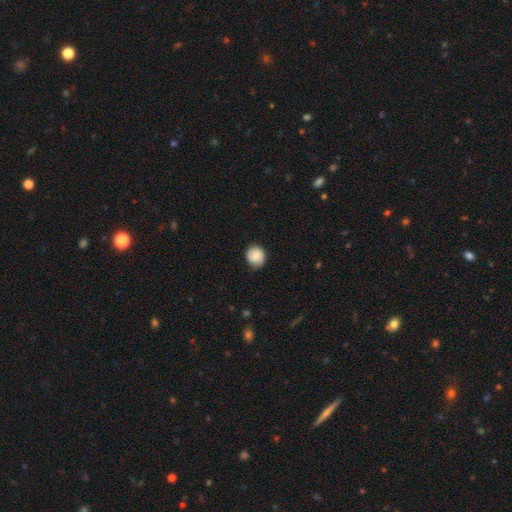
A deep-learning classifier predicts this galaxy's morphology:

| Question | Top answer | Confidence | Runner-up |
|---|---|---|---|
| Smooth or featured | smooth | 79% | featured or disk (13%) |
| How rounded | round | 87% | in between (12%) |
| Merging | none | 81% | minor disturbance (15%) |